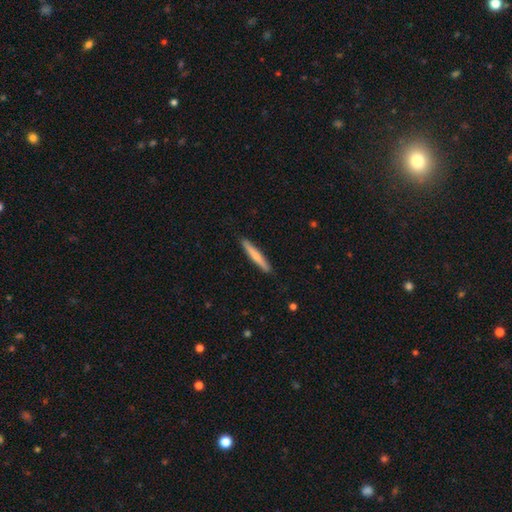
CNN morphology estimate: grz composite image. It shows a smooth galaxy with no disk features (64%) that is cigar-shaped (95%). Merging: none (90%).